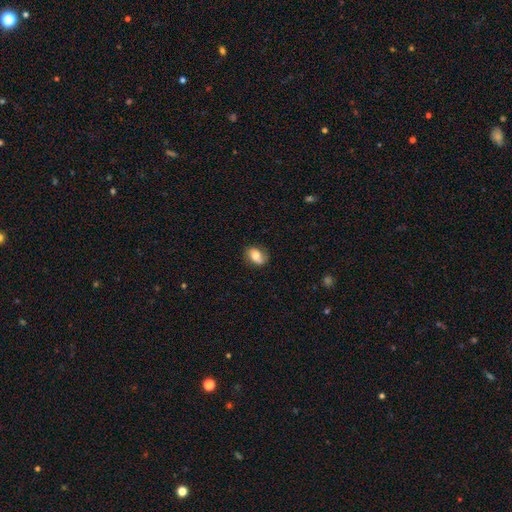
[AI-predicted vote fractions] Smooth or featured?
  - smooth: 65% *
  - featured or disk: 26%
  - star or artifact: 9%
How rounded?
  - in between: 74% *
  - round: 24%
  - cigar-shaped: 2%
Merging?
  - none: 69% *
  - minor disturbance: 22%
  - major disturbance: 6%
  - merger: 2%